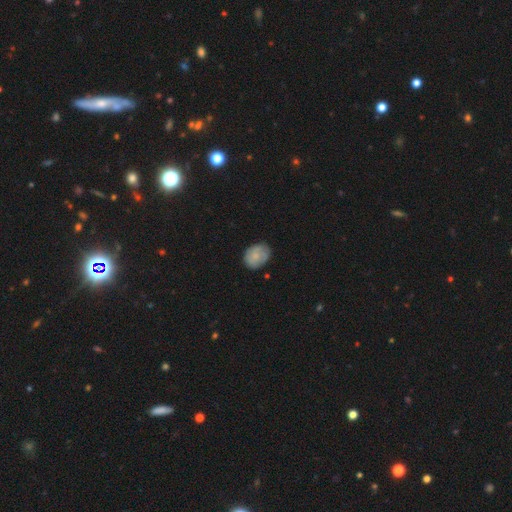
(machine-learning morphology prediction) Smooth or featured? Predicted: smooth (p=0.73). How rounded? Predicted: in between (p=0.64). Merging? Predicted: none (p=0.76).